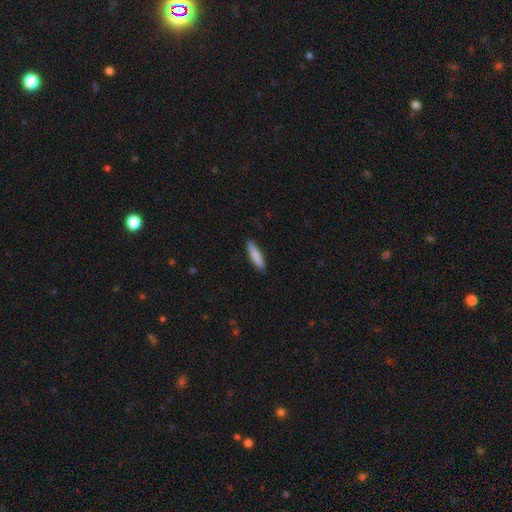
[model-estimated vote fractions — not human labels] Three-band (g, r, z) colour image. It shows a smooth galaxy with no disk features (85%) that is cigar-shaped (82%). Merging: none (89%).